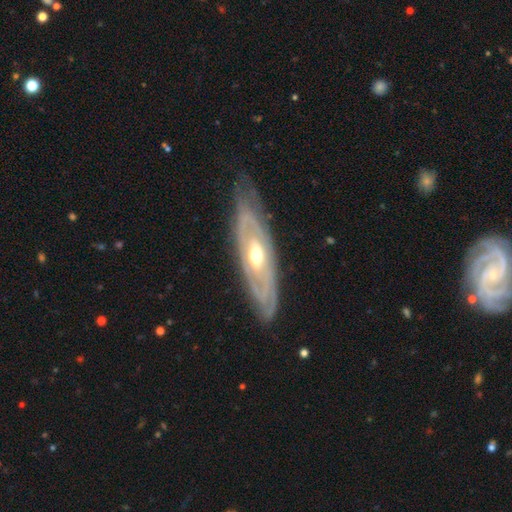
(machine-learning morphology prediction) type=featured or disk (83%); edge-on=no (78%); bar=no (65%); spiral arms=yes (77%); bulge=moderate (70%); merging=none (74%).